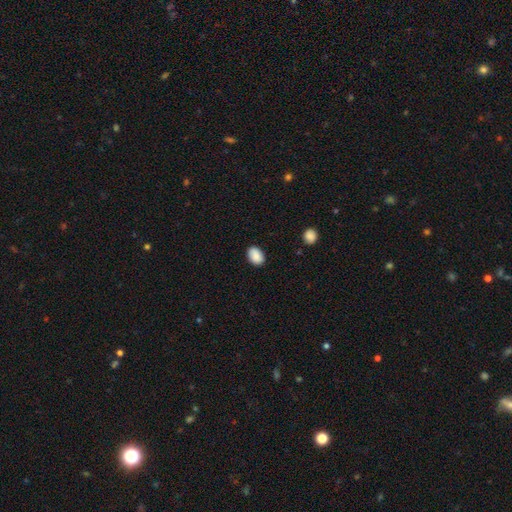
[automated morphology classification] A smooth galaxy with no disk features (89%) that is in between round and cigar-shaped (81%). Merging: none (87%).